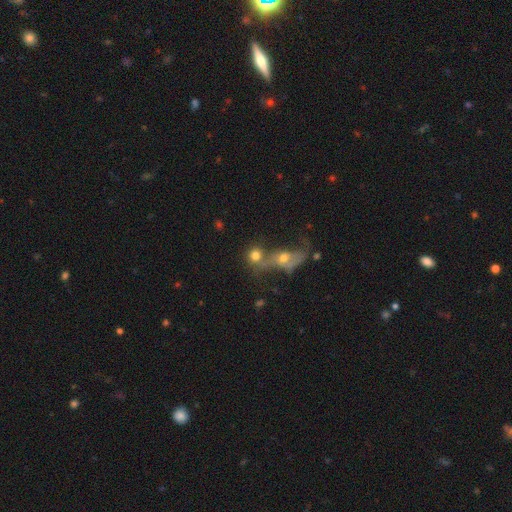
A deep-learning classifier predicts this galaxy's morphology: This is likely a smooth galaxy (69%). How rounded: likely round (74%). Merging: possibly merger (54%).